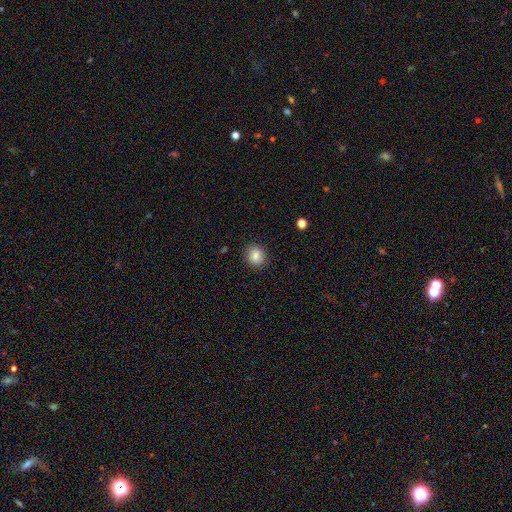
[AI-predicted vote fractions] Smooth or featured: smooth — 84% (star or artifact — 10%)
How rounded: round — 80% (in between — 19%)
Merging: none — 89% (minor disturbance — 7%)